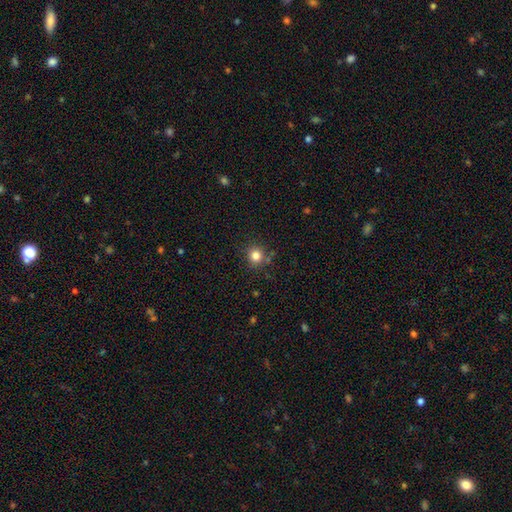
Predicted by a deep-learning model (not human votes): smooth 81%, star or artifact 13%, featured or disk 6%. Down the decision tree: how rounded — round (91%); merging — none (83%).